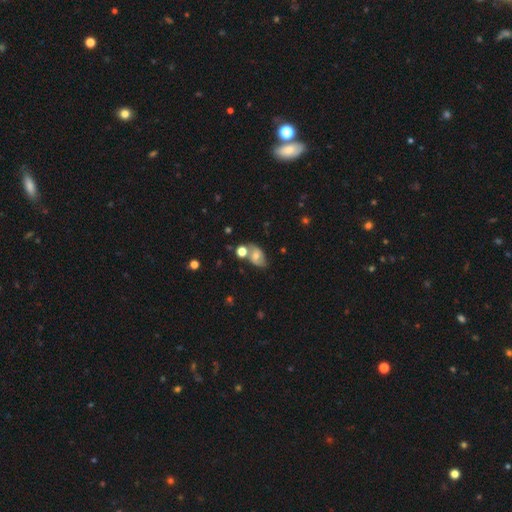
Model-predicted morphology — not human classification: type=smooth (49%); merging=none (54%).